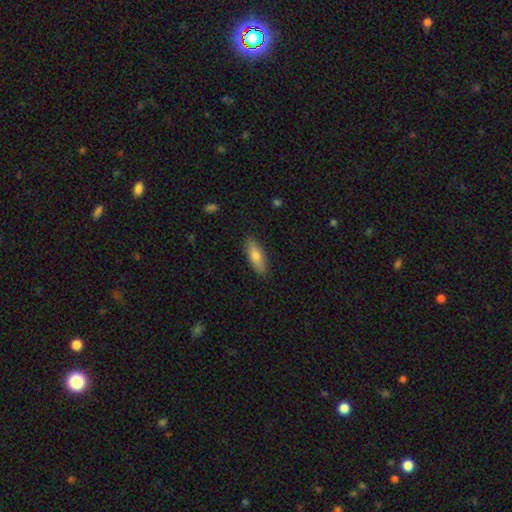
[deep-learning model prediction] Smooth or featured?
  - smooth: 74% *
  - featured or disk: 20%
  - star or artifact: 6%
How rounded?
  - in between: 66% *
  - cigar-shaped: 32%
  - round: 2%
Merging?
  - none: 87% *
  - minor disturbance: 10%
  - major disturbance: 2%
  - merger: 1%